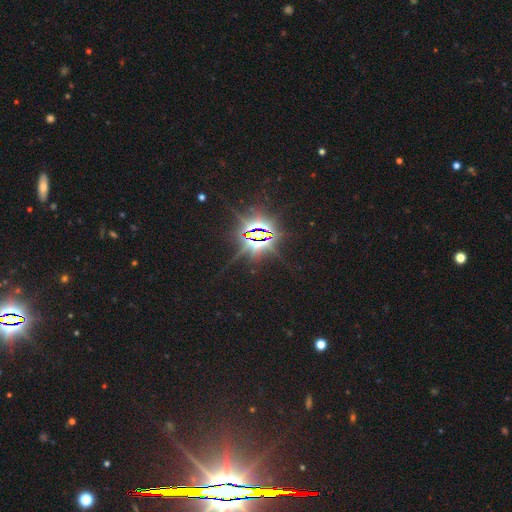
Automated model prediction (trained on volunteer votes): Q: Smooth or featured?
A: star or artifact (86%); runner-up: smooth (7%)